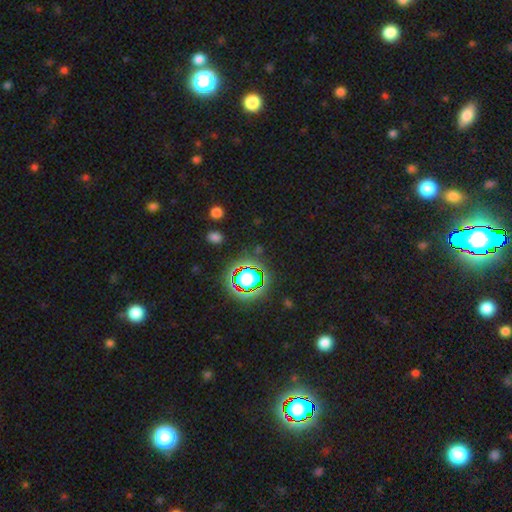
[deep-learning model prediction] The model was most divided on "smooth or featured": star or artifact: 79%, smooth: 13%, featured or disk: 8%.